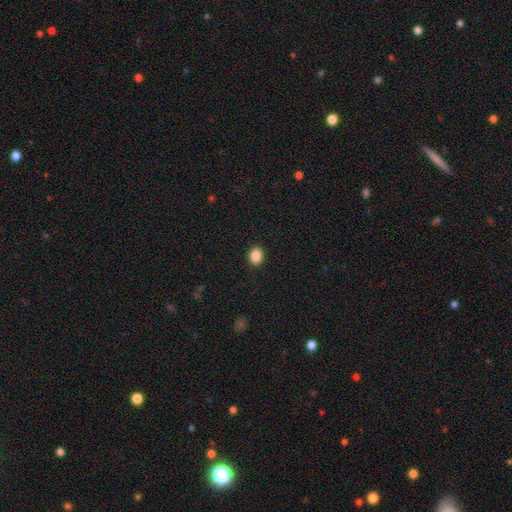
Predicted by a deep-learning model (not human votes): smooth-or-featured: smooth: 88% | star or artifact: 9% | featured or disk: 3%
  how-rounded: round: 52% | in between: 47% | cigar-shaped: 1%
  merging: none: 91% | minor disturbance: 6% | major disturbance: 2% | merger: 1%